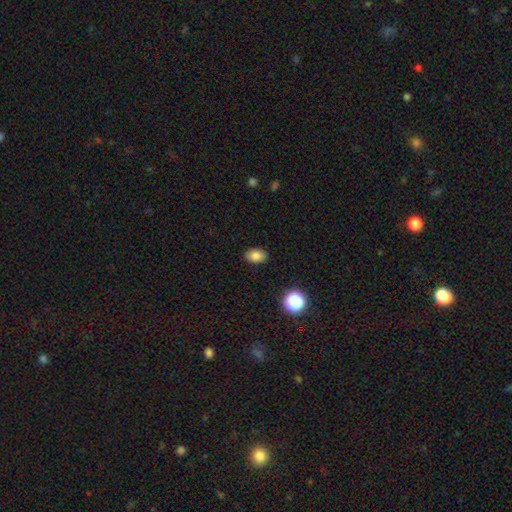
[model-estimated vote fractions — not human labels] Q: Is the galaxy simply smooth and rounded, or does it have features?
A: smooth — 83%.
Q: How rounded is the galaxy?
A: in between — 81%.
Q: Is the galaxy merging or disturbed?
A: none — 88%.